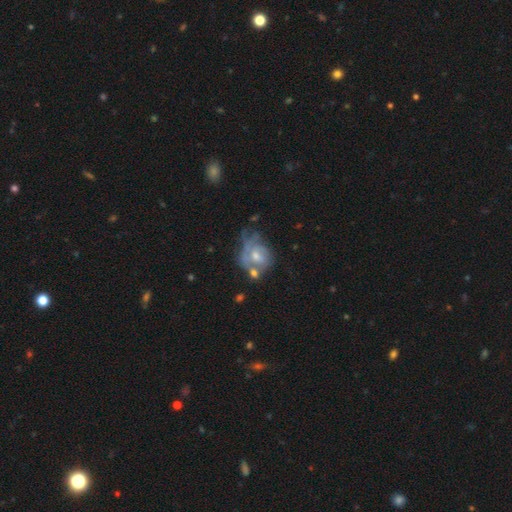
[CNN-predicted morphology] A featured or disk galaxy (66%) with no bar (64%), spiral arms (69%) and a moderate central bulge (52%).

Vote fractions:
- Smooth or featured? featured or disk: 66% / smooth: 23% / star or artifact: 10%
- Edge-on disk? no: 97% / yes: 3%
- Bar? no: 64% / weak: 30% / strong: 5%
- Spiral arms? yes: 69% / no: 31%
- Bulge size? moderate: 52% / small: 39% / none: 4% / large: 3% / dominant: 1%
- Merging? none: 35% / minor disturbance: 24% / major disturbance: 23% / merger: 18%